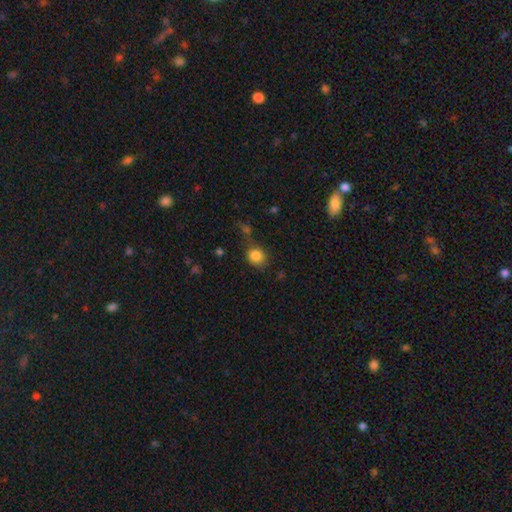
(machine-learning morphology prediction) Smooth or featured? smooth (85%)
How rounded? round (76%)
Merging? none (68%)